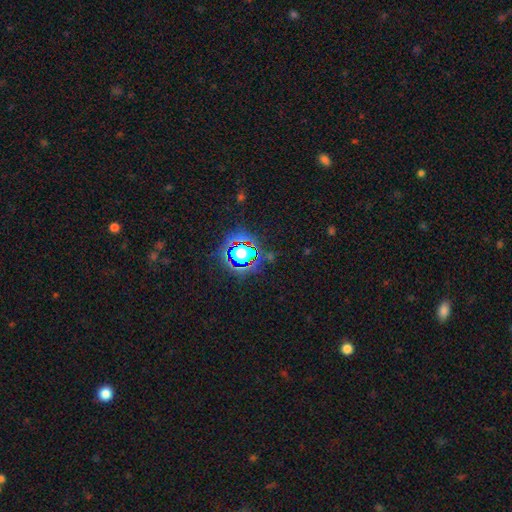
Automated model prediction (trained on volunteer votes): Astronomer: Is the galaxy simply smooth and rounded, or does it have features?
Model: star or artifact — 80%.